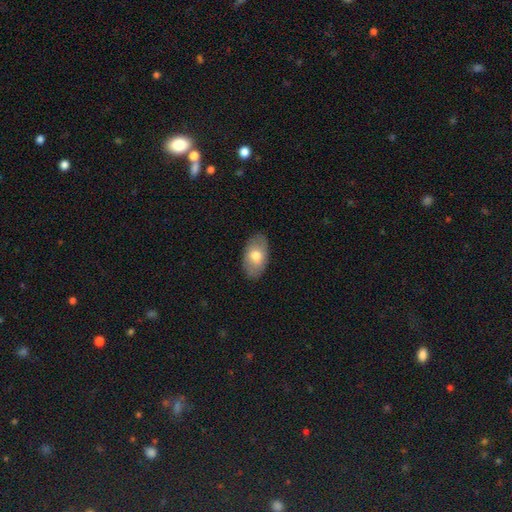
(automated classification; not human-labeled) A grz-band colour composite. It shows a smooth galaxy with no disk features (72%) that is in between round and cigar-shaped (93%). Merging: none (86%).